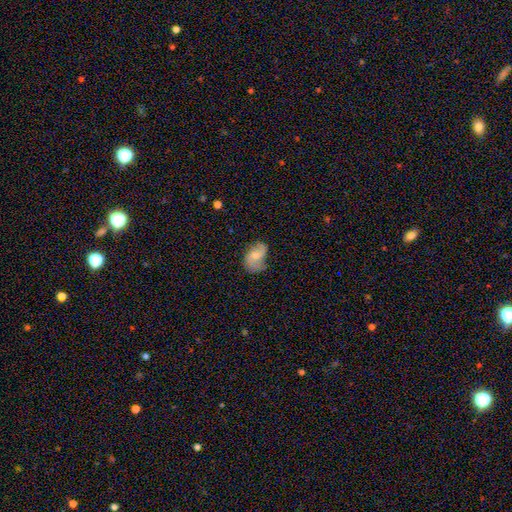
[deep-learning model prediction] Overall: smooth (48%; featured or disk 45%). Merging: none (52%; minor disturbance 32%).